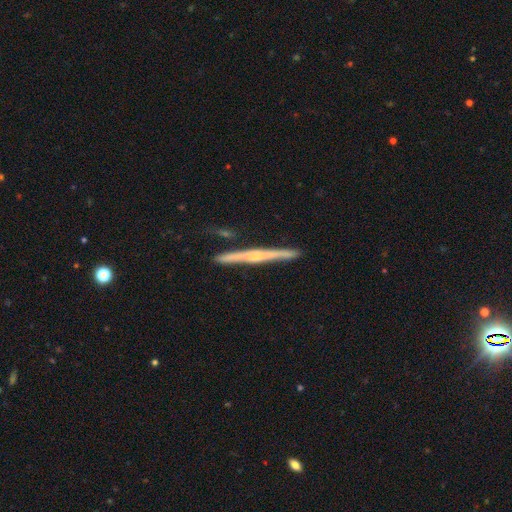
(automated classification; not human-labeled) Smooth or featured?
  - featured or disk: 73% *
  - smooth: 21%
  - star or artifact: 5%
Edge-on disk?
  - yes: 98% *
  - no: 2%
Edge-on bulge?
  - rounded: 56% *
  - none: 33%
  - boxy: 11%
Merging?
  - none: 86% *
  - minor disturbance: 9%
  - merger: 3%
  - major disturbance: 2%